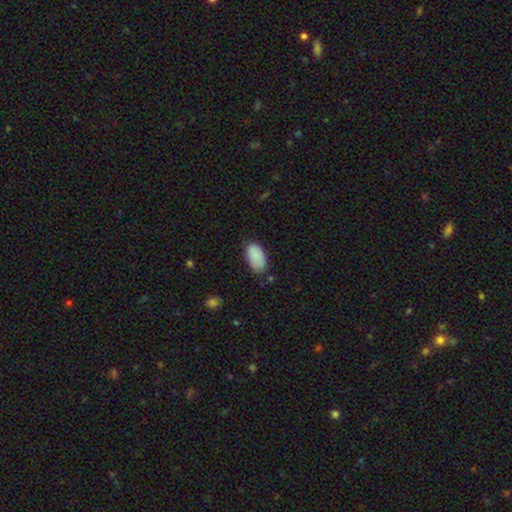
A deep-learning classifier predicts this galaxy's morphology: This appears to be a smooth galaxy with no disk features (89%) that is in between round and cigar-shaped (95%). Merging: none (74%).